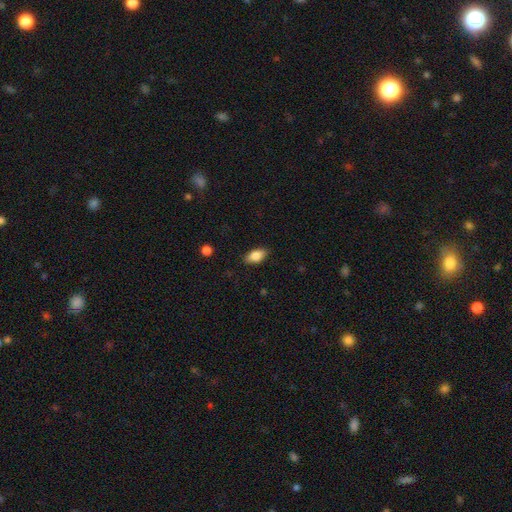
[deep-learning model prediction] Q: Smooth or featured?
A: smooth (83%); runner-up: featured or disk (9%)
Q: How rounded?
A: in between (90%); runner-up: cigar-shaped (5%)
Q: Merging?
A: none (85%); runner-up: minor disturbance (11%)